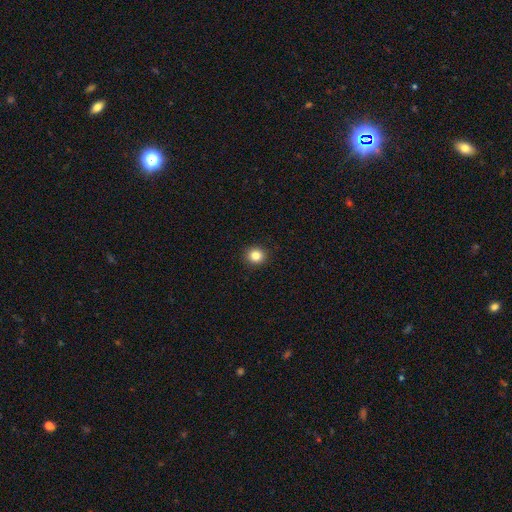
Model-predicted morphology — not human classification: smooth_or_featured: smooth (p=0.84) [alt: star or artifact p=0.11]
how_rounded: round (p=0.90) [alt: in between p=0.09]
merging: none (p=0.93) [alt: minor disturbance p=0.05]